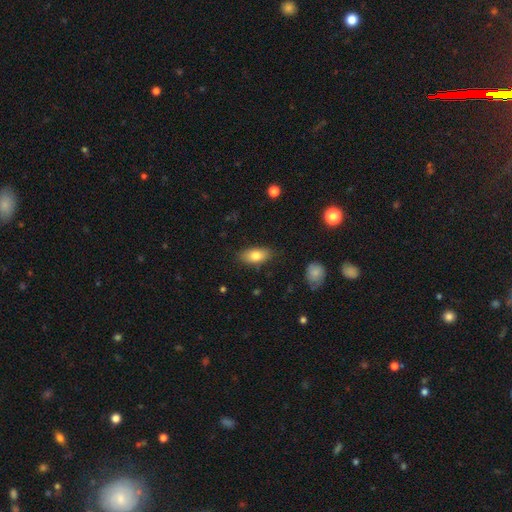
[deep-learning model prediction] Morphology: type=smooth (79%); roundness=in between (89%); merging=none (83%).